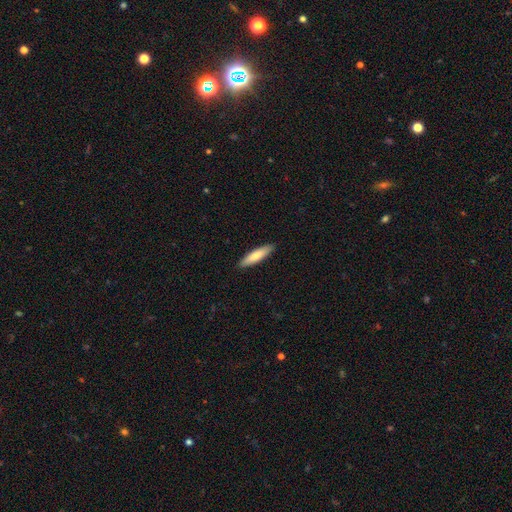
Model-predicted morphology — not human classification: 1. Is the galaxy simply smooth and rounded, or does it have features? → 76% smooth, 20% featured or disk, 5% star or artifact.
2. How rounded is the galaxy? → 78% cigar-shaped, 21% in between, 1% round.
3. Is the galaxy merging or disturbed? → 91% none, 7% minor disturbance, 1% major disturbance, 1% merger.